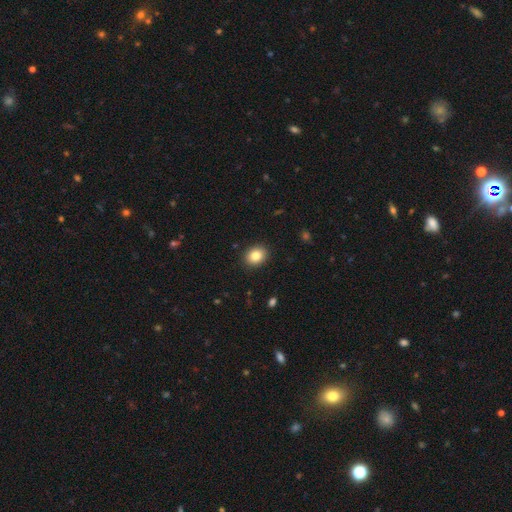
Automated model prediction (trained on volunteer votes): A smooth galaxy with no disk features (84%) that is round (53%).

Vote fractions:
- Smooth or featured? smooth: 84% / star or artifact: 9% / featured or disk: 7%
- How rounded? round: 53% / in between: 46% / cigar-shaped: 1%
- Merging? none: 91% / minor disturbance: 6% / major disturbance: 2% / merger: 1%